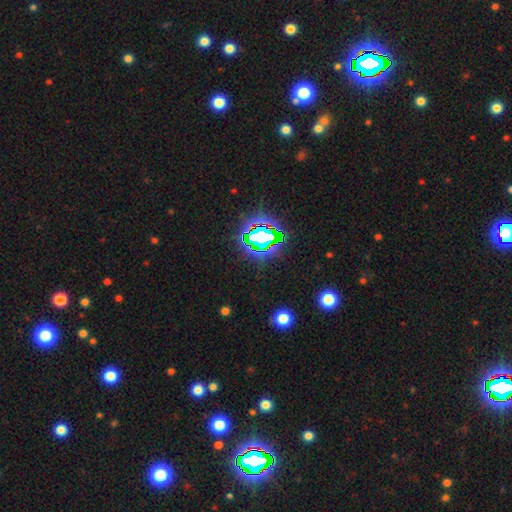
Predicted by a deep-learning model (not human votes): smooth-or-featured: star or artifact: 79% | smooth: 14% | featured or disk: 7%